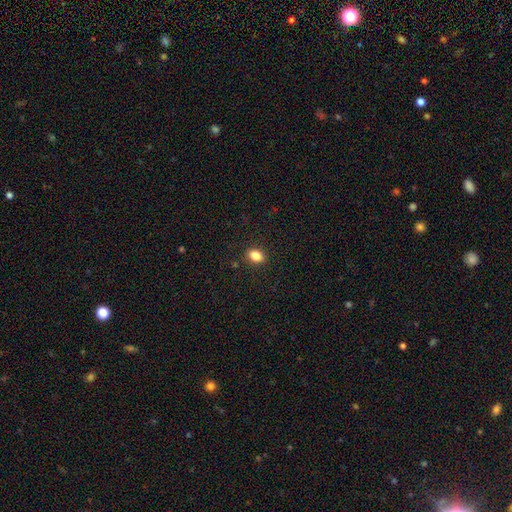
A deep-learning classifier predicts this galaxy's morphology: type=smooth (84%); roundness=in between (72%); merging=none (88%).